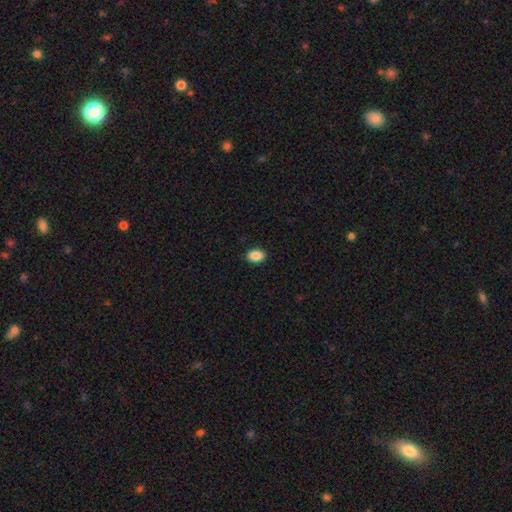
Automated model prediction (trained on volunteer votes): Overall: smooth (89%). How rounded: in between (84%). Merging: none (90%).